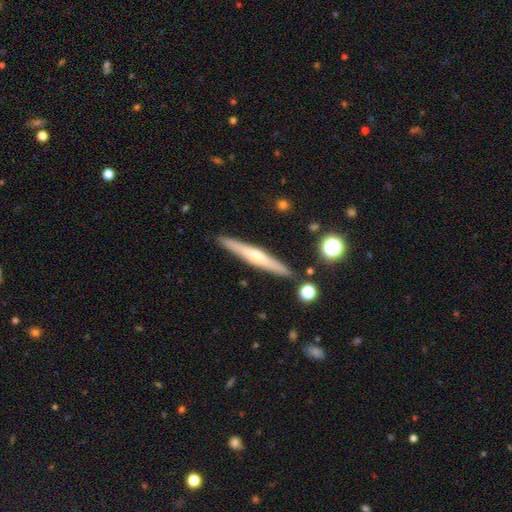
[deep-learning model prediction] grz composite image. It shows a featured or disk galaxy (55%) viewed edge-on (96%) with a rounded central bulge (65%). Merging: none (89%).